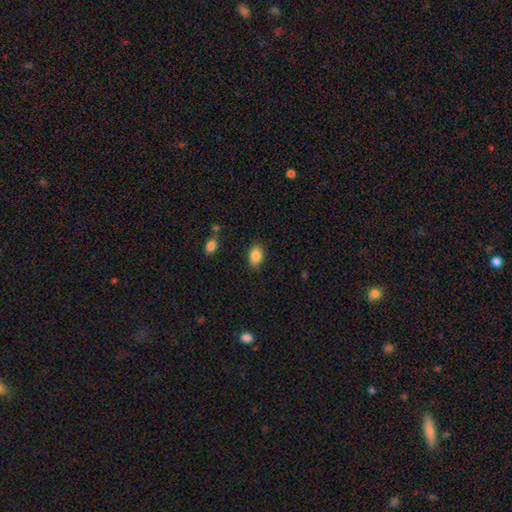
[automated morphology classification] type=smooth (85%); roundness=in between (89%); merging=none (85%).